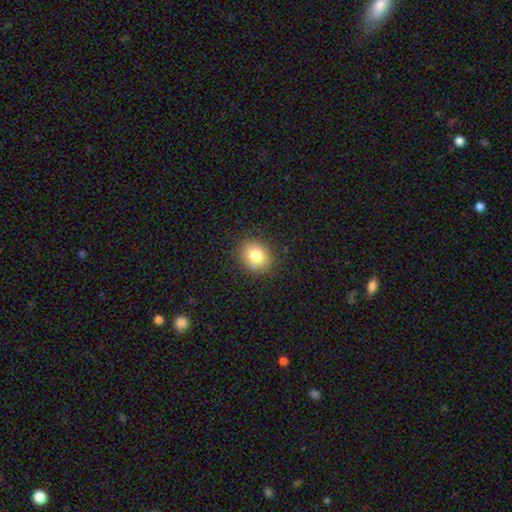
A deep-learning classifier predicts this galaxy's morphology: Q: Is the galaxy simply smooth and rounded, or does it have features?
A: smooth — 80%.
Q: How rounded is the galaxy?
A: round — 68%.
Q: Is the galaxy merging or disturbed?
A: none — 86%.